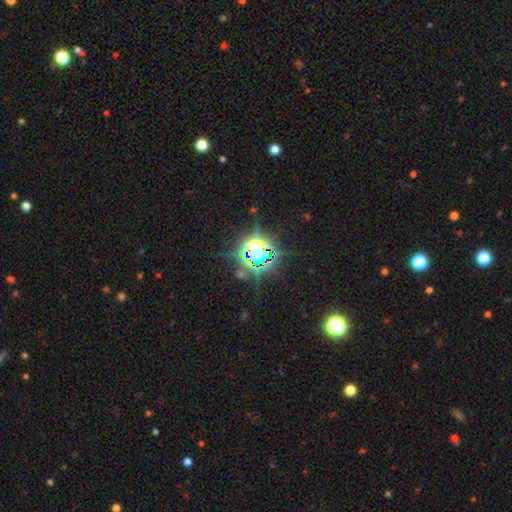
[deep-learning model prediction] Overall: star or artifact (80%).